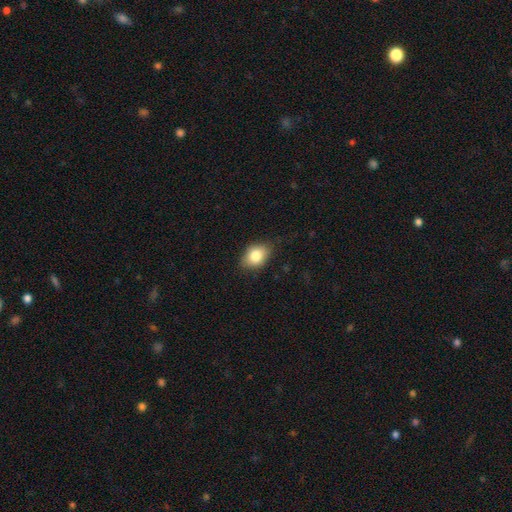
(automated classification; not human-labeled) smooth_or_featured: smooth (p=0.81) [alt: featured or disk p=0.10]
how_rounded: in between (p=0.72) [alt: round p=0.27]
merging: none (p=0.79) [alt: minor disturbance p=0.17]